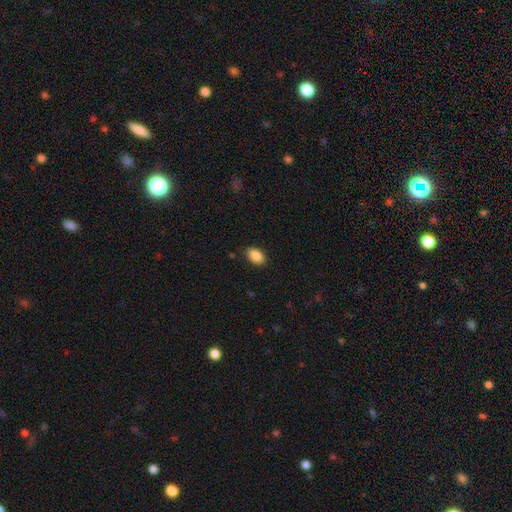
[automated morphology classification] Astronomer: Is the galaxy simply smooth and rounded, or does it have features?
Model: smooth — 89%.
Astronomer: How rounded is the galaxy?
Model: in between — 92%.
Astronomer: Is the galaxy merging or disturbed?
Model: none — 87%.